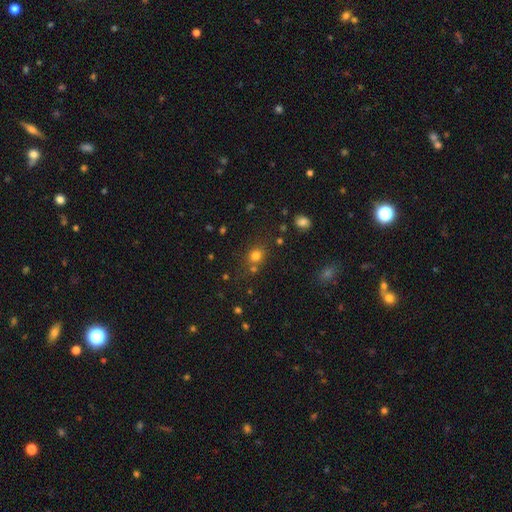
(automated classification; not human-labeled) This is likely a smooth galaxy (76%). How rounded: likely round (72%). Merging: likely none (69%).